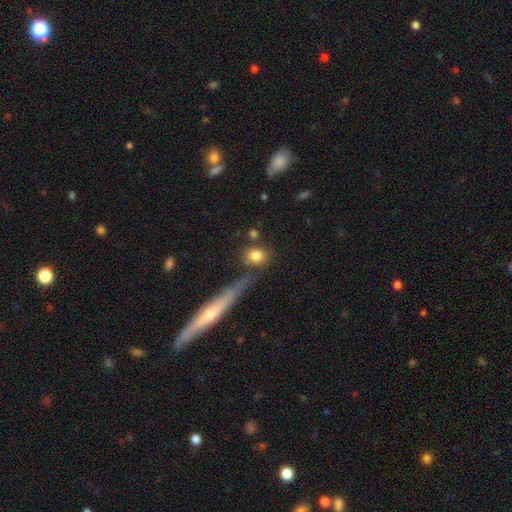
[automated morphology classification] Smooth or featured?
  - smooth: 81% *
  - featured or disk: 10%
  - star or artifact: 9%
How rounded?
  - round: 59% *
  - in between: 36%
  - cigar-shaped: 6%
Merging?
  - none: 71% *
  - minor disturbance: 12%
  - merger: 12%
  - major disturbance: 5%